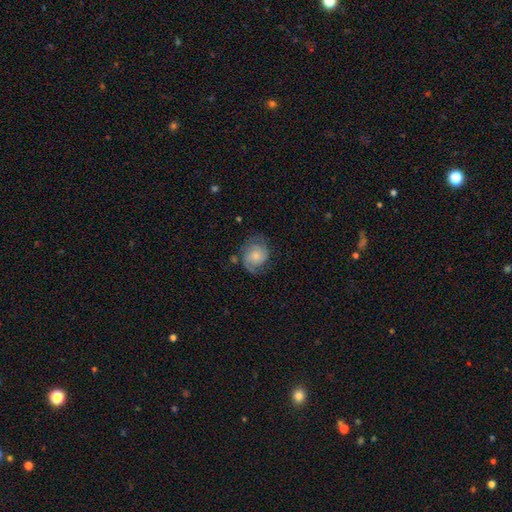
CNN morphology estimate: Smooth or featured: featured or disk — 61% (smooth — 32%)
Edge-on disk: no — 97% (yes — 3%)
Bar: no — 73% (weak — 23%)
Spiral arms: yes — 90% (no — 10%)
Spiral winding: medium — 42% (tight — 36%)
Spiral arm count: 2 — 63% (can't tell — 16%)
Bulge size: small — 52% (moderate — 37%)
Merging: none — 61% (minor disturbance — 24%)